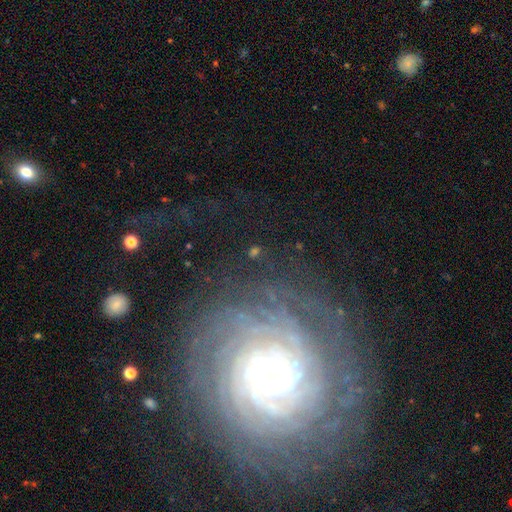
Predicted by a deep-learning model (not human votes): Smooth or featured?
  - featured or disk: 79% *
  - star or artifact: 11%
  - smooth: 9%
Edge-on disk?
  - no: 97% *
  - yes: 3%
Bar?
  - no: 68% *
  - weak: 22%
  - strong: 10%
Spiral arms?
  - yes: 95% *
  - no: 5%
Spiral winding?
  - tight: 81% *
  - medium: 15%
  - loose: 4%
Spiral arm count?
  - can't tell: 31% *
  - more than 4: 26%
  - 4: 14%
  - 2: 11%
  - 3: 10%
  - 1: 8%
Bulge size?
  - small: 77% *
  - moderate: 16%
  - large: 3%
  - none: 2%
  - dominant: 1%
Merging?
  - none: 76% *
  - minor disturbance: 13%
  - major disturbance: 9%
  - merger: 2%